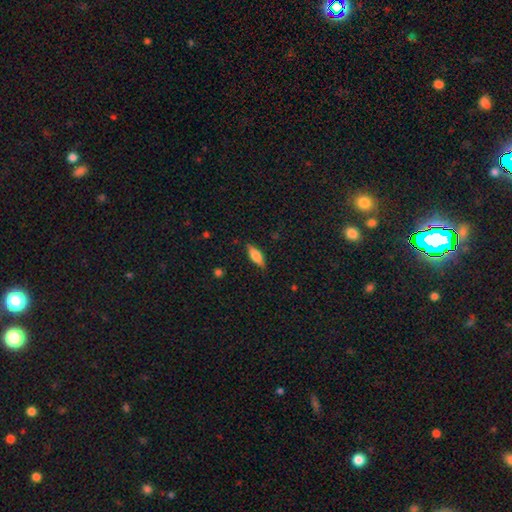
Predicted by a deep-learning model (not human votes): Morphology: type=smooth (70%); roundness=in between (63%); merging=none (86%).